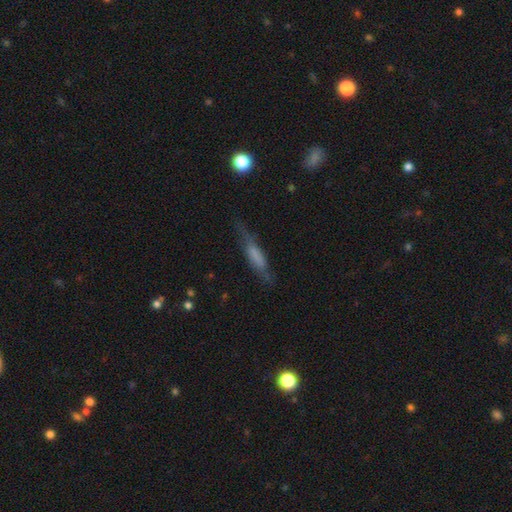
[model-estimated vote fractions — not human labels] smooth-or-featured: smooth: 49% | featured or disk: 41% | star or artifact: 10%
  merging: none: 63% | minor disturbance: 23% | major disturbance: 12% | merger: 2%